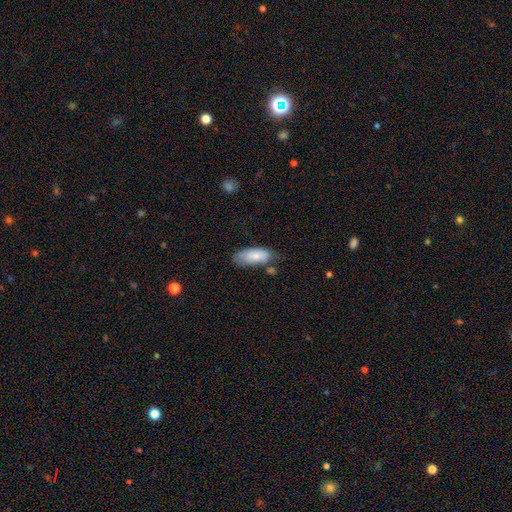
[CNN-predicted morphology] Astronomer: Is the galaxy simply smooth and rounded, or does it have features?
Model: smooth — 81%.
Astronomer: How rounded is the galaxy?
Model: in between — 84%.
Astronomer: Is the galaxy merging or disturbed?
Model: none — 55%.